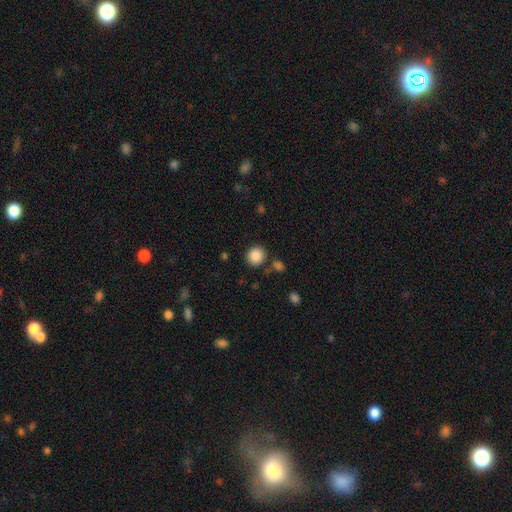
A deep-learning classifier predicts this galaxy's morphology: smooth_or_featured: smooth (p=0.88) [alt: star or artifact p=0.09]
how_rounded: round (p=0.88) [alt: in between p=0.11]
merging: none (p=0.83) [alt: minor disturbance p=0.08]